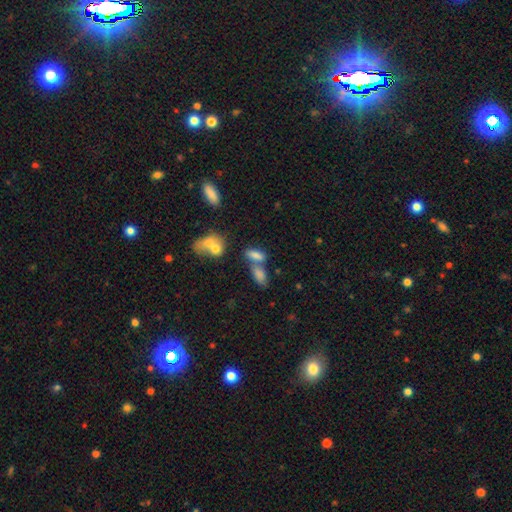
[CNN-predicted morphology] Q: Smooth or featured?
A: smooth (77%); runner-up: featured or disk (12%)
Q: How rounded?
A: in between (74%); runner-up: cigar-shaped (20%)
Q: Merging?
A: merger (42%); runner-up: none (41%)